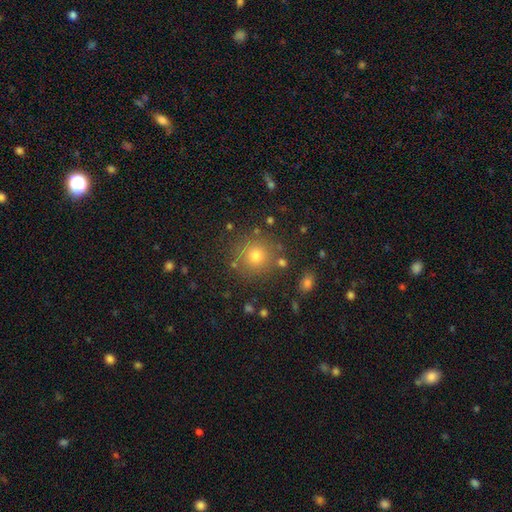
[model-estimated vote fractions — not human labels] Q: Smooth or featured?
A: smooth (73%); runner-up: star or artifact (18%)
Q: How rounded?
A: round (93%); runner-up: in between (6%)
Q: Merging?
A: none (85%); runner-up: minor disturbance (8%)